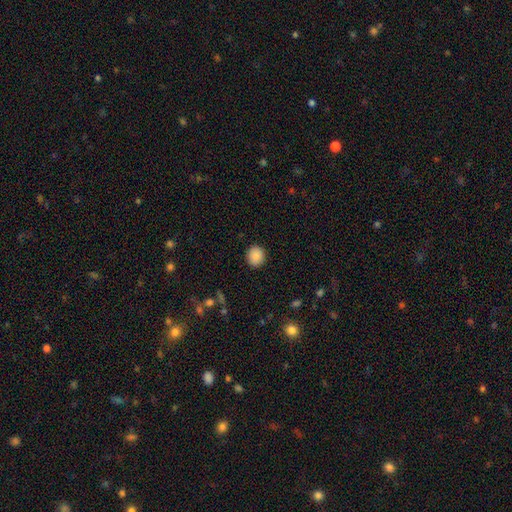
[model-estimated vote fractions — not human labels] smooth 87%, star or artifact 8%, featured or disk 5%. Down the decision tree: how rounded — round (80%); merging — none (91%).